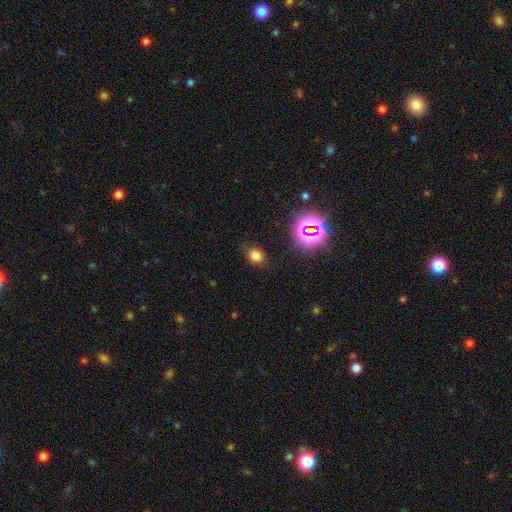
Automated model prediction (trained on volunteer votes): The model was most divided on "how rounded": round: 61%, in between: 38%, cigar-shaped: 1%. More confident: merging — none (74%); smooth or featured — smooth (72%).